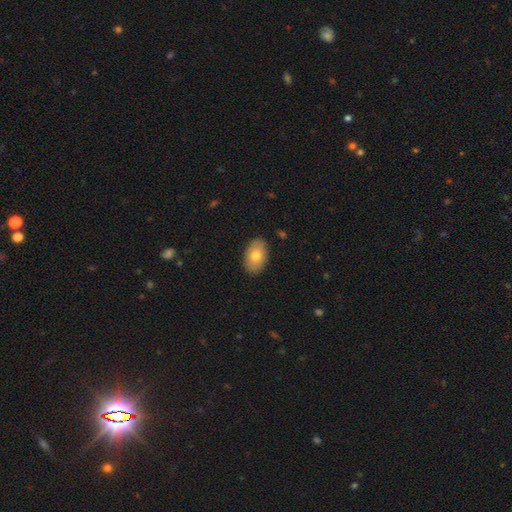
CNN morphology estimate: Smooth or featured? Predicted: smooth (p=0.75). How rounded? Predicted: in between (p=0.91). Merging? Predicted: none (p=0.88).